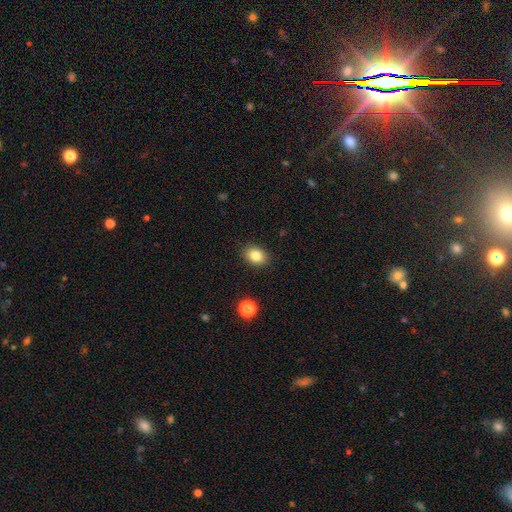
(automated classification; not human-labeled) smooth 84%, star or artifact 10%, featured or disk 7%. Down the decision tree: how rounded — in between (68%); merging — none (89%).